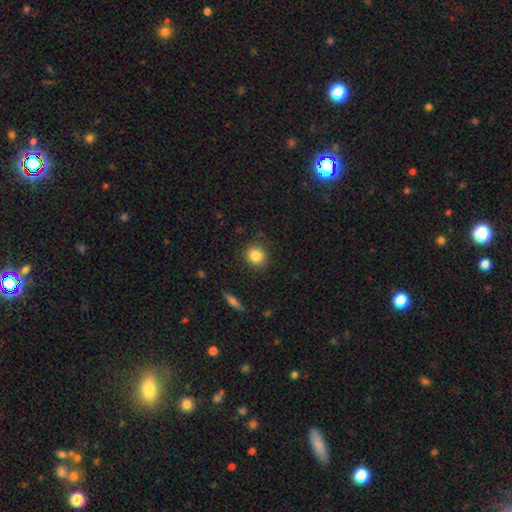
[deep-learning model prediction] Smooth or featured?
  - smooth: 84% *
  - star or artifact: 10%
  - featured or disk: 6%
How rounded?
  - round: 85% *
  - in between: 14%
  - cigar-shaped: 1%
Merging?
  - none: 88% *
  - minor disturbance: 8%
  - major disturbance: 2%
  - merger: 1%